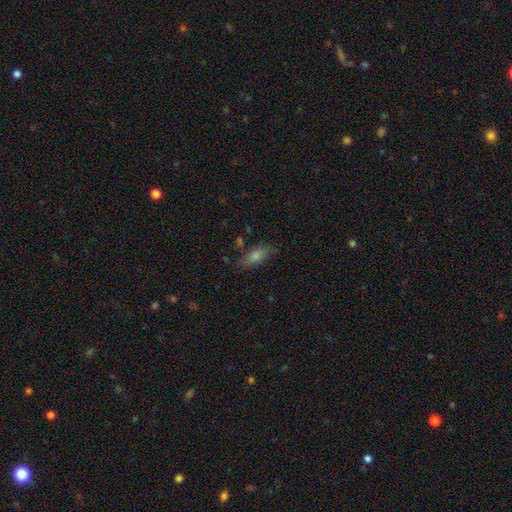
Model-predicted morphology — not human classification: This is likely a smooth galaxy (66%). How rounded: likely in between (71%). Merging: likely none (78%).